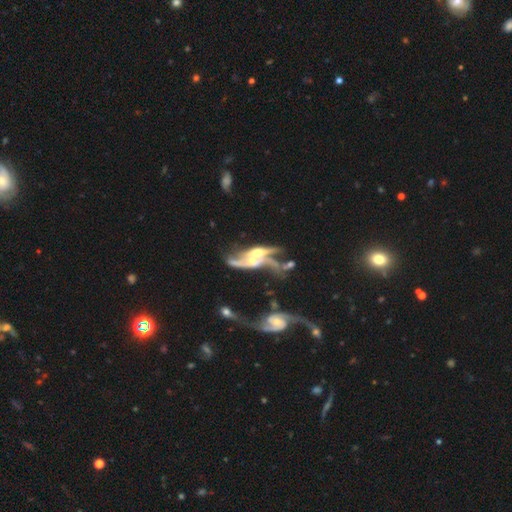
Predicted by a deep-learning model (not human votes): A featured or disk galaxy (79%) with no bar (66%), spiral arms (66%) and a moderate central bulge (53%). Merging: merger (57%).